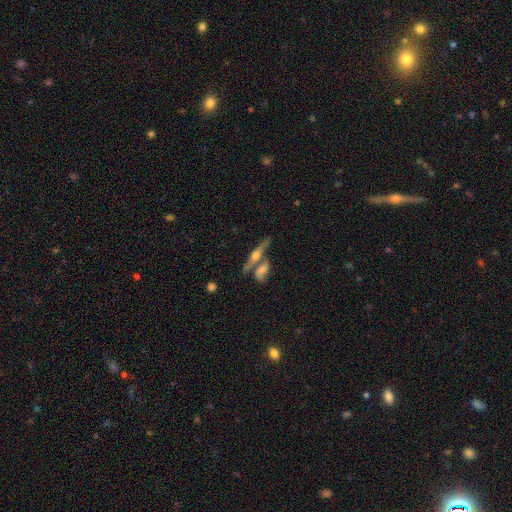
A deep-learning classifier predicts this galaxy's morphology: A featured or disk galaxy (71%) viewed edge-on (93%) with a rounded central bulge (91%). Merging: none (55%).